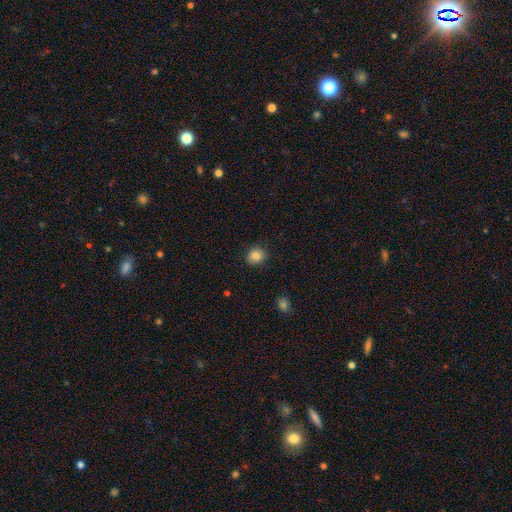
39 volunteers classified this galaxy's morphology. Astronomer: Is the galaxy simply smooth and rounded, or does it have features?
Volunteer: smooth — 87%.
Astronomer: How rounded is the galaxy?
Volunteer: round — 76%.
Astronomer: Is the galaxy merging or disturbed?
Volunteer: none — 91%.